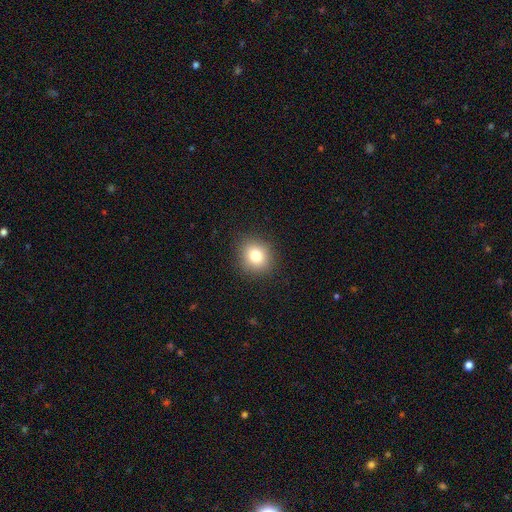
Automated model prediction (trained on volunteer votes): This is clearly a smooth galaxy (81%). How rounded: likely round (80%). Merging: clearly none (88%).